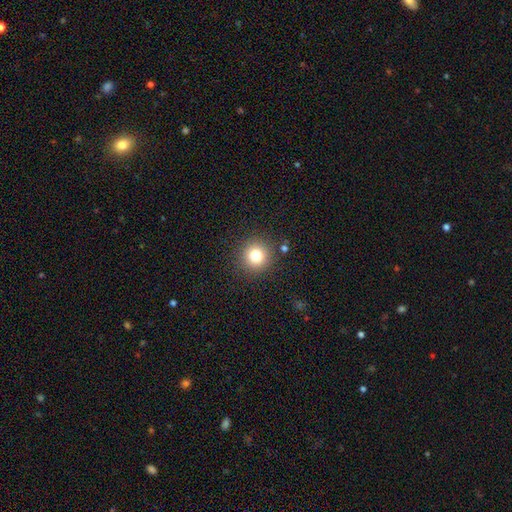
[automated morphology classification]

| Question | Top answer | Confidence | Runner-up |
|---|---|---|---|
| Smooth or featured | smooth | 79% | star or artifact (13%) |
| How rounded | round | 94% | in between (6%) |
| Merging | none | 89% | minor disturbance (7%) |